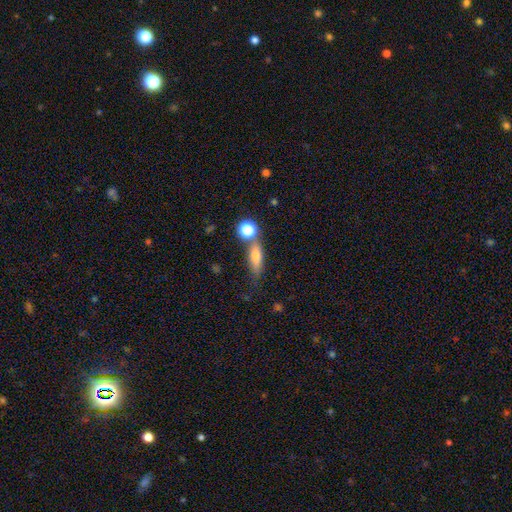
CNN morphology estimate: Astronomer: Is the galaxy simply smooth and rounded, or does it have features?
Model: smooth — 68%.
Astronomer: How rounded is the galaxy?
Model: in between — 47% (runner-up: cigar-shaped, 42%).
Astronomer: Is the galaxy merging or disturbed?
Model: none — 51% (runner-up: merger, 29%).